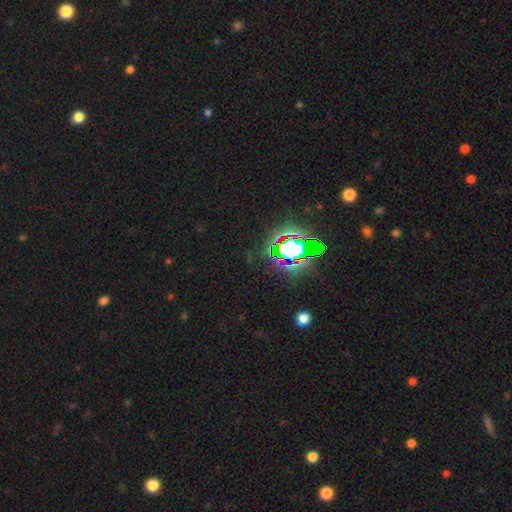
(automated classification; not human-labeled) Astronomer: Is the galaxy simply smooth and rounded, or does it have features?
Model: star or artifact — 80%.